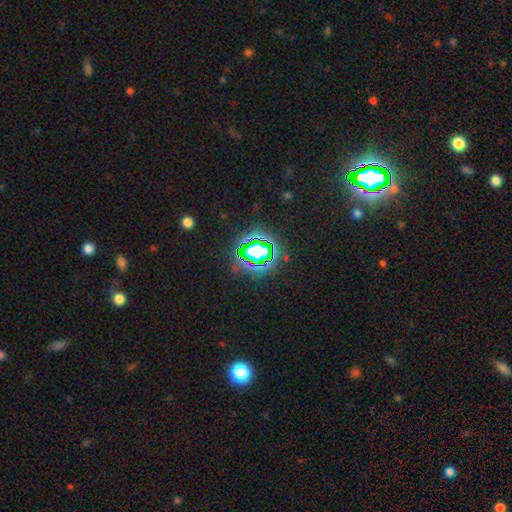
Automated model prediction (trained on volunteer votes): Smooth or featured? Predicted: star or artifact (p=0.77).